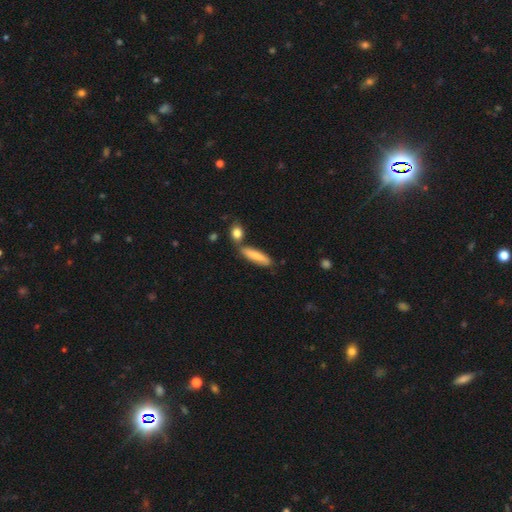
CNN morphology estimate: Smooth or featured? smooth (77%)
How rounded? cigar-shaped (73%)
Merging? none (69%)